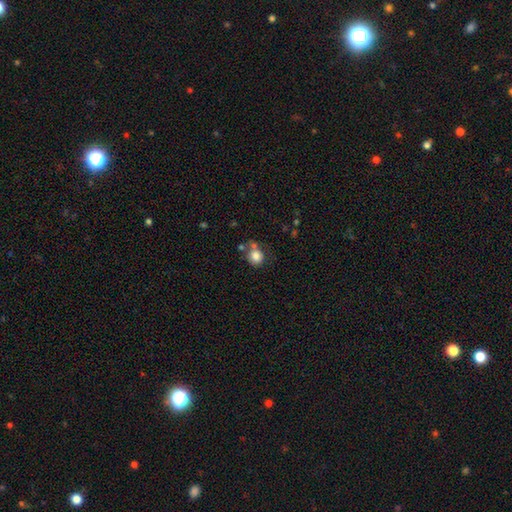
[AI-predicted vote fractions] A smooth galaxy with no disk features (82%) that is round (83%).

Vote fractions:
- Smooth or featured? smooth: 82% / star or artifact: 10% / featured or disk: 8%
- How rounded? round: 83% / in between: 16% / cigar-shaped: 1%
- Merging? none: 57% / merger: 19% / minor disturbance: 17% / major disturbance: 7%